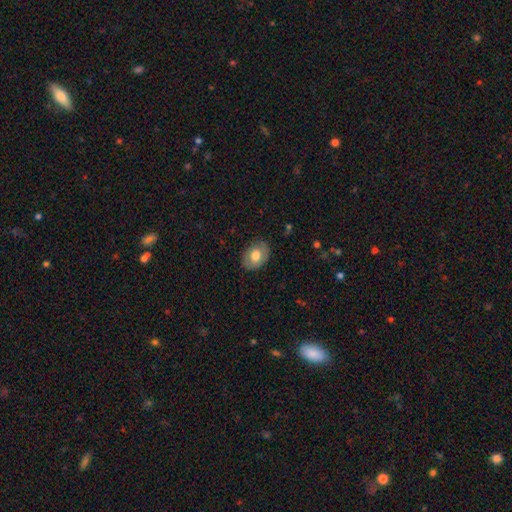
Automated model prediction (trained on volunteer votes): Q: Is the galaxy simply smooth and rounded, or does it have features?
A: smooth — 70%.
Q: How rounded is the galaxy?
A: in between — 71%.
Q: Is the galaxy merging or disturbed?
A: none — 84%.